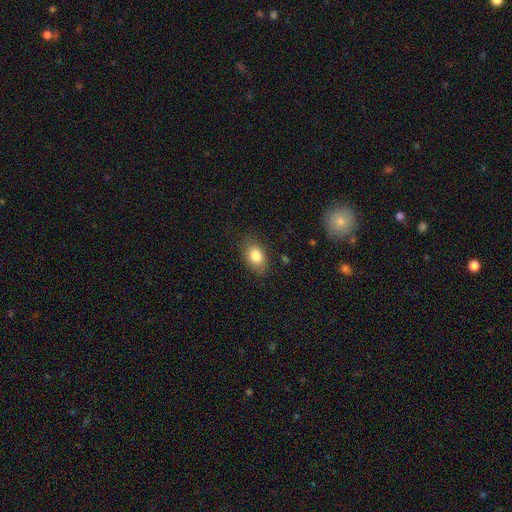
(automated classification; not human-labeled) This appears to be a smooth galaxy with no disk features (82%) that is in between round and cigar-shaped (77%). Merging: none (81%).